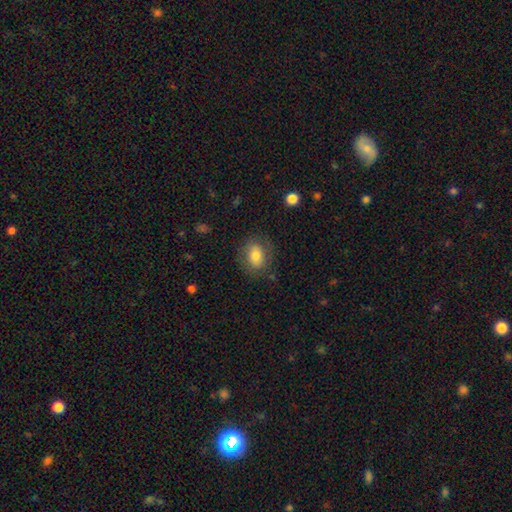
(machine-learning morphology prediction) Q: Smooth or featured?
A: smooth (76%); runner-up: featured or disk (16%)
Q: How rounded?
A: in between (68%); runner-up: round (31%)
Q: Merging?
A: none (79%); runner-up: minor disturbance (14%)